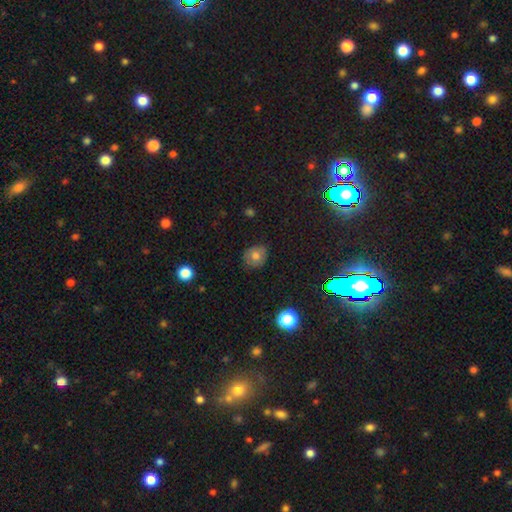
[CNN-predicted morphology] Smooth or featured? Predicted: smooth (p=0.70). How rounded? Predicted: round (p=0.73). Merging? Predicted: none (p=0.75).